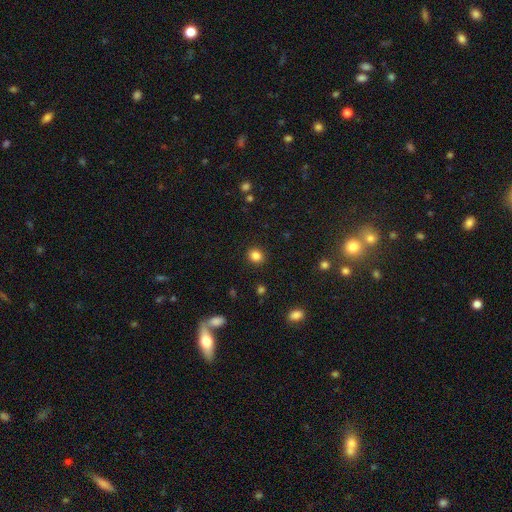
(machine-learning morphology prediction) A smooth galaxy with no disk features (84%) that is round (74%). Merging: none (91%).